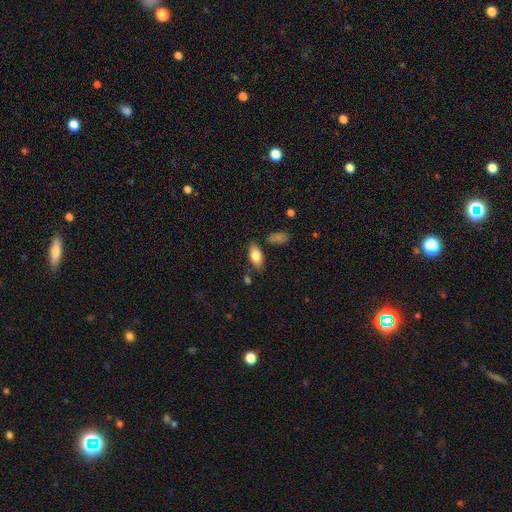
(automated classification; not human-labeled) smooth_or_featured: smooth (p=0.83) [alt: featured or disk p=0.10]
how_rounded: in between (p=0.91) [alt: cigar-shaped p=0.05]
merging: none (p=0.77) [alt: minor disturbance p=0.14]